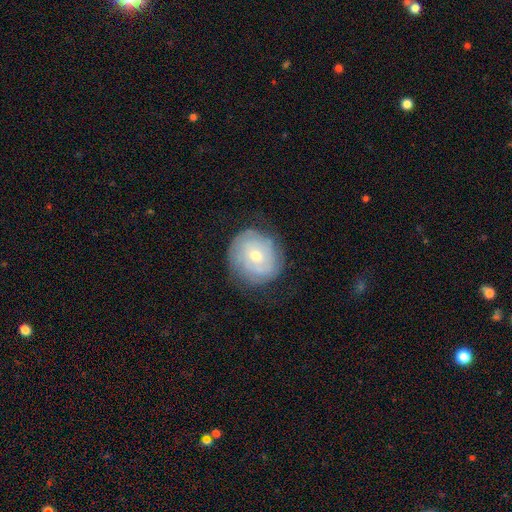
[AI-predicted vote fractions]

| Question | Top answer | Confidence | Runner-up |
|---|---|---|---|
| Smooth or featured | featured or disk | 59% | smooth (33%) |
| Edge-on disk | no | 97% | yes (3%) |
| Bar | no | 75% | weak (20%) |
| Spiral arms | yes | 76% | no (24%) |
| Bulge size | moderate | 52% | small (45%) |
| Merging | none | 77% | minor disturbance (16%) |